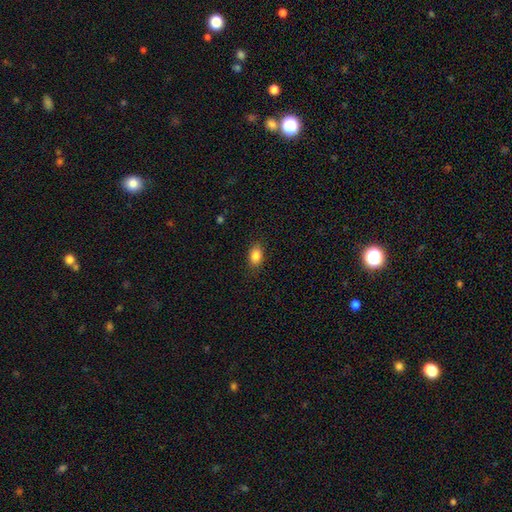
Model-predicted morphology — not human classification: Smooth or featured? smooth (86%)
How rounded? in between (83%)
Merging? none (86%)